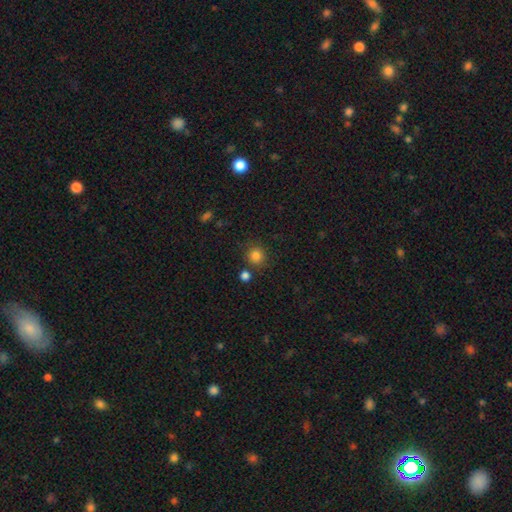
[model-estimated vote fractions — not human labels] The model was most divided on "merging": none: 79%, minor disturbance: 9%, merger: 8%, major disturbance: 3%. More confident: how rounded — round (90%); smooth or featured — smooth (83%).